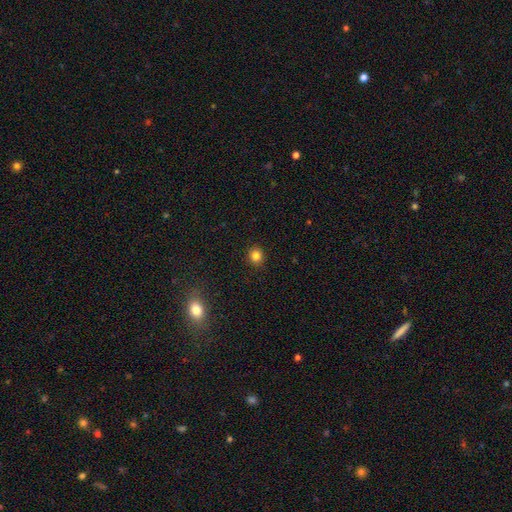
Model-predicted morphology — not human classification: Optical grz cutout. It shows a smooth galaxy with no disk features (83%) that is round (84%). Merging: none (92%).